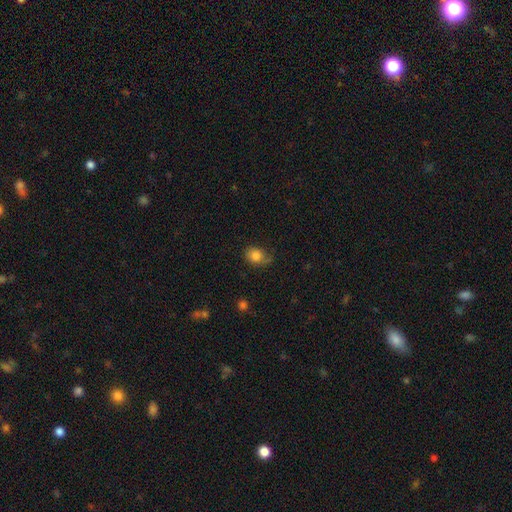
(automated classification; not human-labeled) Smooth or featured?
  - smooth: 82% *
  - star or artifact: 9%
  - featured or disk: 9%
How rounded?
  - round: 53% *
  - in between: 46%
  - cigar-shaped: 1%
Merging?
  - none: 55% *
  - minor disturbance: 31%
  - major disturbance: 12%
  - merger: 3%